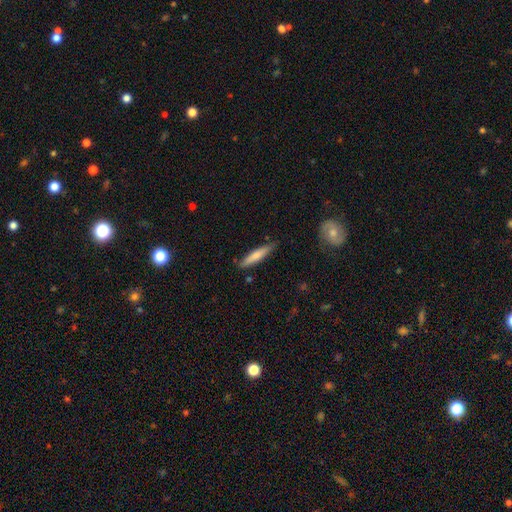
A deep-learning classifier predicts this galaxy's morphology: smooth 71%, featured or disk 24%, star or artifact 5%. Down the decision tree: how rounded — cigar-shaped (88%); merging — none (82%).